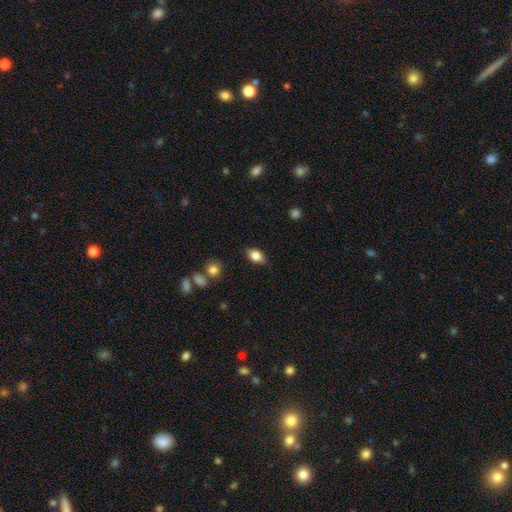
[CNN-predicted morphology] Smooth or featured: smooth — 81% (featured or disk — 11%)
How rounded: in between — 83% (round — 13%)
Merging: none — 82% (minor disturbance — 14%)